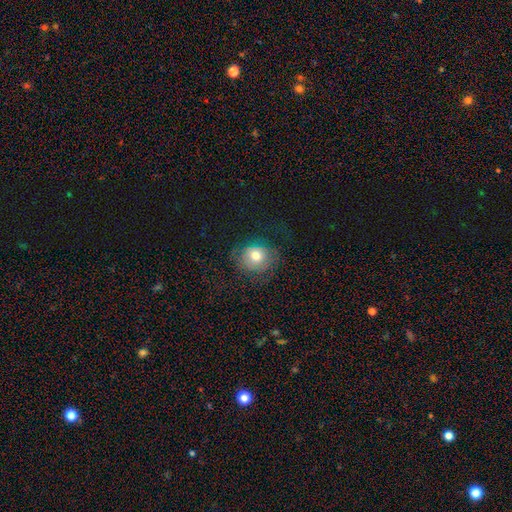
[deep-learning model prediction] smooth_or_featured: smooth (p=0.60) [alt: featured or disk p=0.29]
how_rounded: round (p=0.76) [alt: in between p=0.23]
merging: none (p=0.64) [alt: major disturbance p=0.18]